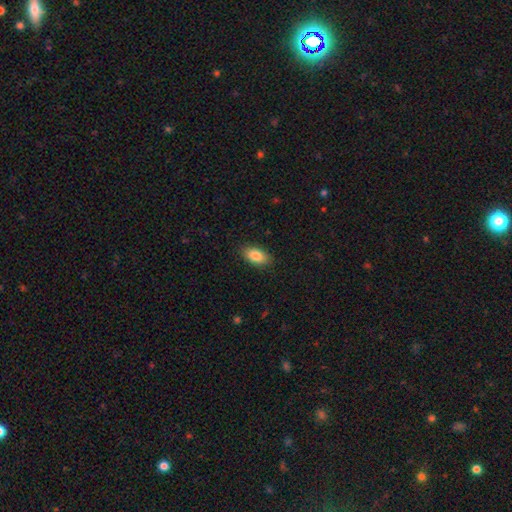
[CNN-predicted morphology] smooth-or-featured: smooth: 85% | featured or disk: 8% | star or artifact: 7%
  how-rounded: in between: 92% | cigar-shaped: 4% | round: 4%
  merging: none: 88% | minor disturbance: 9% | major disturbance: 2% | merger: 1%